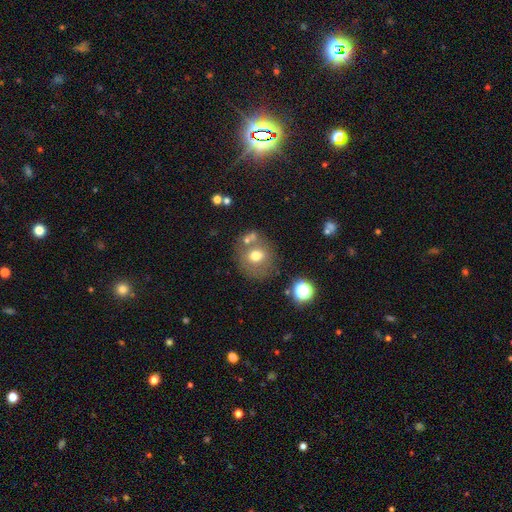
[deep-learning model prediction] A smooth galaxy with no disk features (66%) that is round (83%). Merging: none (65%).